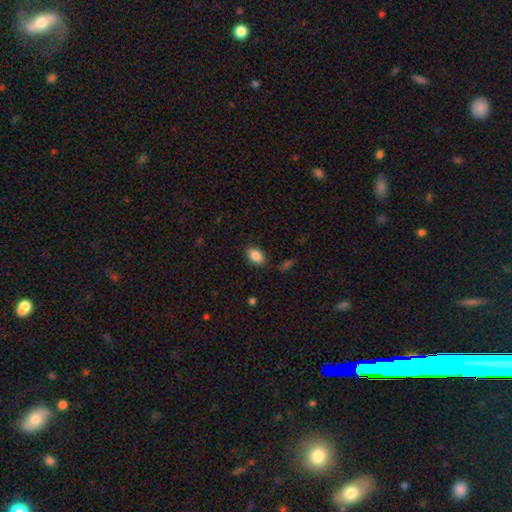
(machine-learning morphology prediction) smooth-or-featured: smooth: 86% | star or artifact: 8% | featured or disk: 6%
  how-rounded: in between: 89% | round: 10% | cigar-shaped: 2%
  merging: none: 86% | minor disturbance: 10% | major disturbance: 3% | merger: 2%